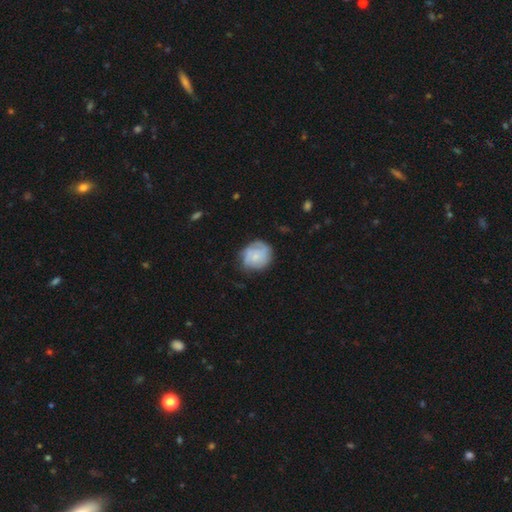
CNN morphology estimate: This appears to be a smooth galaxy with no disk features (54%) that is round (76%). Merging: none (63%).